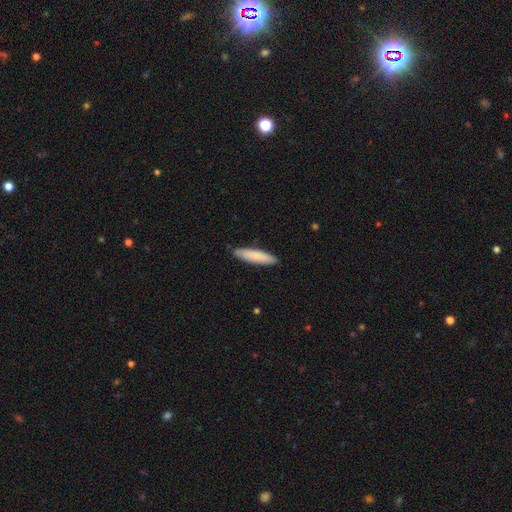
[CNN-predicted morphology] A smooth galaxy with no disk features (82%) that is cigar-shaped (78%).

Vote fractions:
- Smooth or featured? smooth: 82% / featured or disk: 12% / star or artifact: 5%
- How rounded? cigar-shaped: 78% / in between: 21% / round: 1%
- Merging? none: 88% / minor disturbance: 10% / major disturbance: 2% / merger: 1%